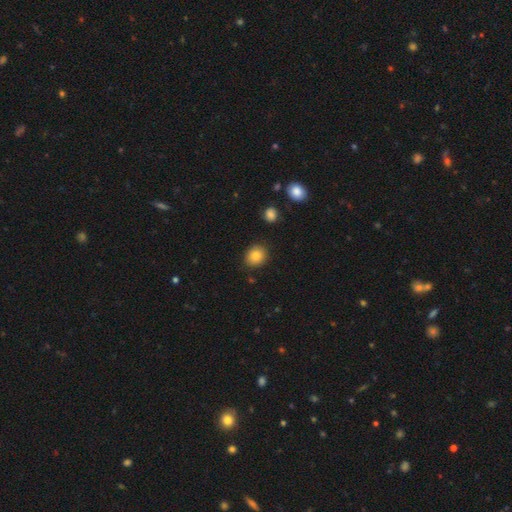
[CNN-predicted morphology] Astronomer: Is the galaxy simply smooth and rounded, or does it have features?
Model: smooth — 83%.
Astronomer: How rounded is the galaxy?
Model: round — 75%.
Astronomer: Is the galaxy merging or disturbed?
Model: none — 87%.